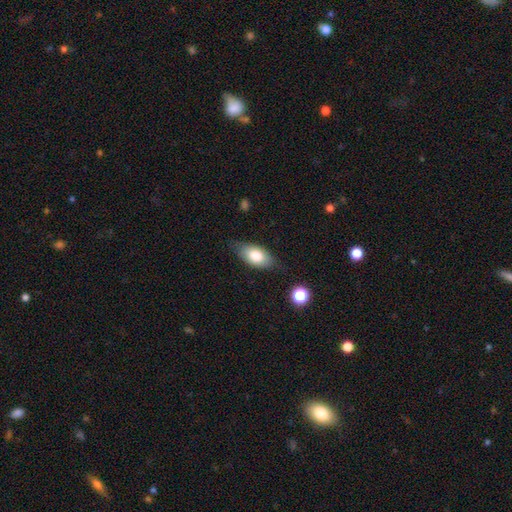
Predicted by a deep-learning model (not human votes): Smooth or featured? Predicted: smooth (p=0.78). How rounded? Predicted: in between (p=0.90). Merging? Predicted: none (p=0.74).